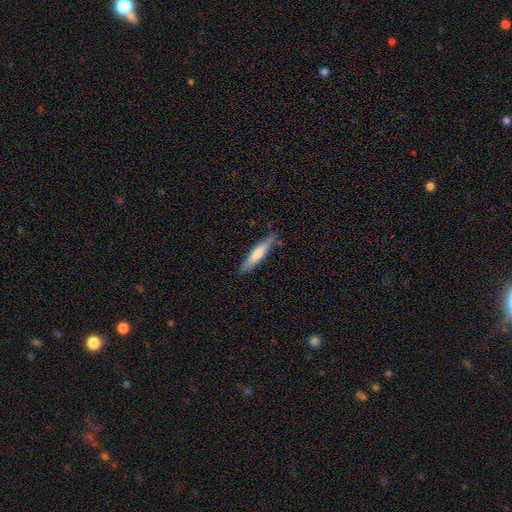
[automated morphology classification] type=smooth (64%); roundness=cigar-shaped (87%); merging=none (80%).